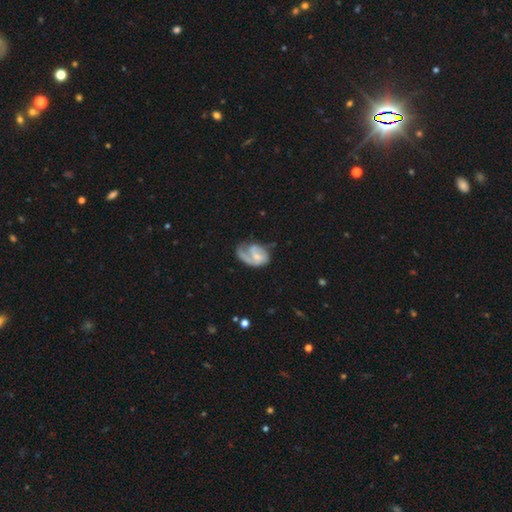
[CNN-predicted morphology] Overall: featured or disk (70%). Edge-on disk: no (98%). Bar: no (52%; weak 39%). Spiral arms: yes (85%). Spiral arm count: 1 (52%; 2 33%). Spiral winding: medium (41%; loose 32%). Bulge size: small (49%; moderate 32%). Merging: major disturbance (35%, tied with none).